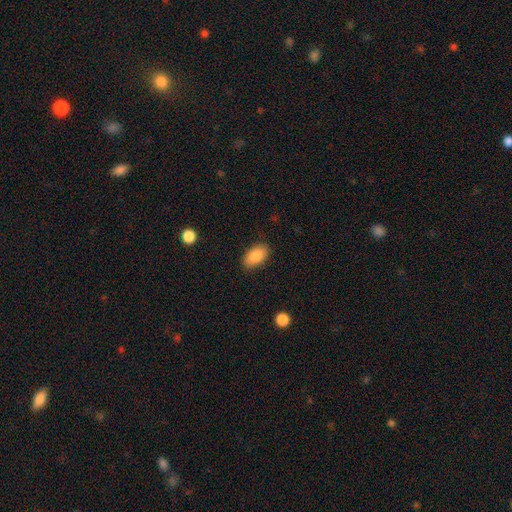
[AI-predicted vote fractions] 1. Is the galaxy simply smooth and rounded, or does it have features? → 88% smooth, 7% star or artifact, 6% featured or disk.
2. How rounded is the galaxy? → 93% in between, 5% round, 2% cigar-shaped.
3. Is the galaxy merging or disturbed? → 86% none, 10% minor disturbance, 3% major disturbance, 1% merger.